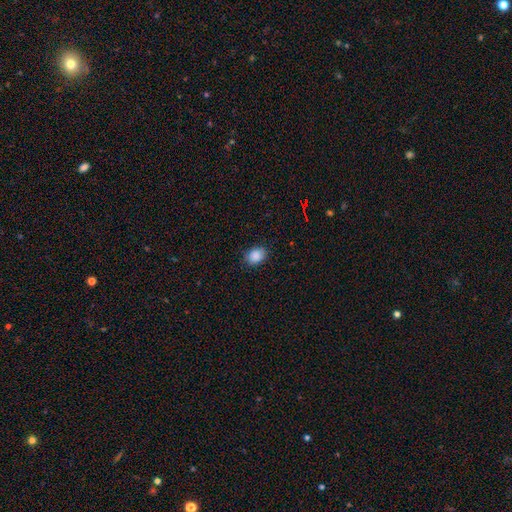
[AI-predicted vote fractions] smooth-or-featured: smooth: 88% | star or artifact: 9% | featured or disk: 3%
  how-rounded: in between: 58% | round: 41% | cigar-shaped: 1%
  merging: none: 85% | minor disturbance: 11% | major disturbance: 3% | merger: 1%